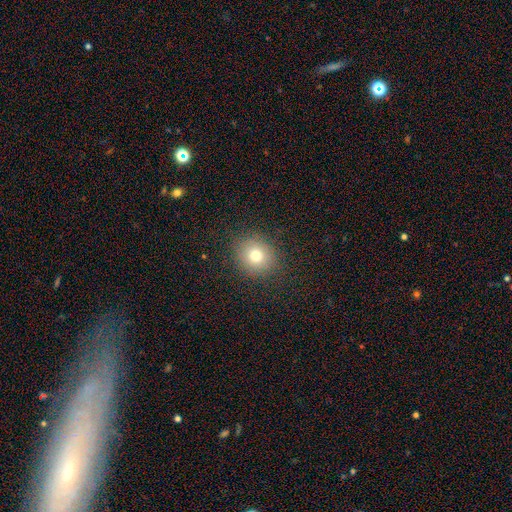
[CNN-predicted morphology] Smooth or featured? smooth (76%)
How rounded? round (78%)
Merging? none (87%)